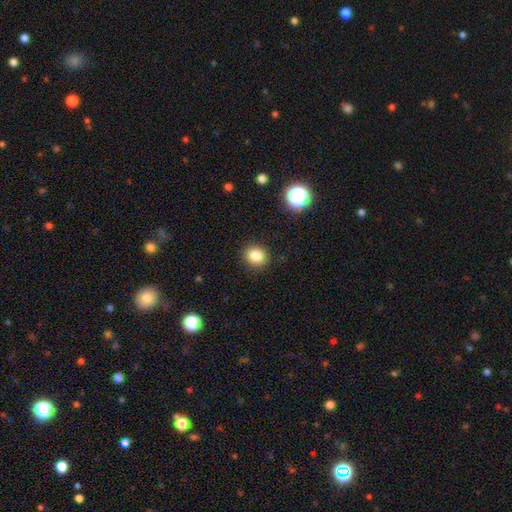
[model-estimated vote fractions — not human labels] smooth-or-featured: smooth: 83% | star or artifact: 11% | featured or disk: 6%
  how-rounded: round: 77% | in between: 22% | cigar-shaped: 1%
  merging: none: 90% | minor disturbance: 7% | major disturbance: 2% | merger: 1%